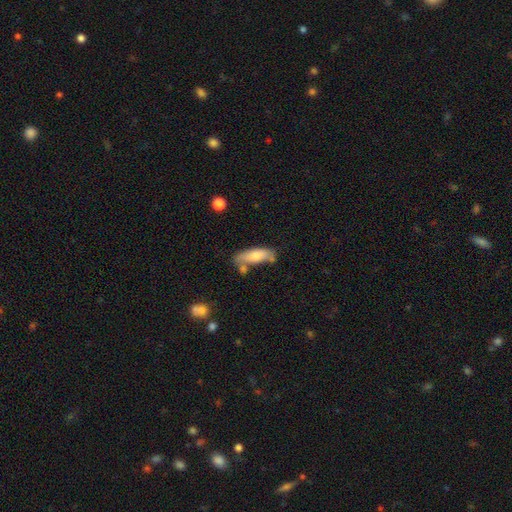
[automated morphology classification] A smooth galaxy with no disk features (72%) that is in between round and cigar-shaped (59%). Merging: none (56%).